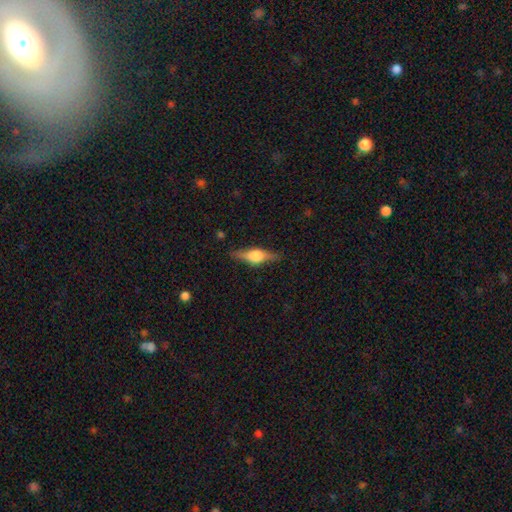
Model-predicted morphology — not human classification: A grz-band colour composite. It shows a featured or disk galaxy (59%) viewed edge-on (95%) with a rounded central bulge (89%). Merging: none (85%).